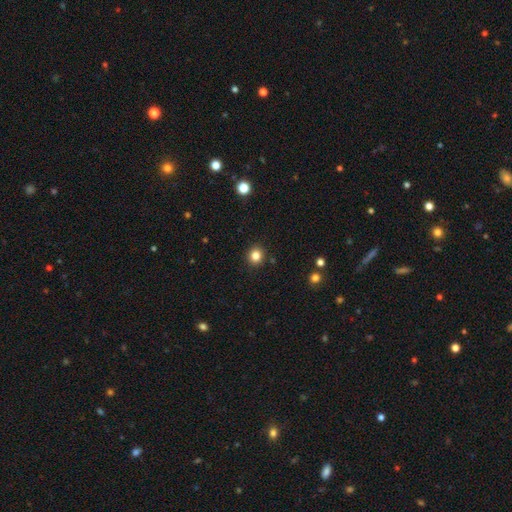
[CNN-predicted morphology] The model was most divided on "smooth or featured": smooth: 83%, star or artifact: 12%, featured or disk: 5%. More confident: merging — none (91%); how rounded — round (86%).